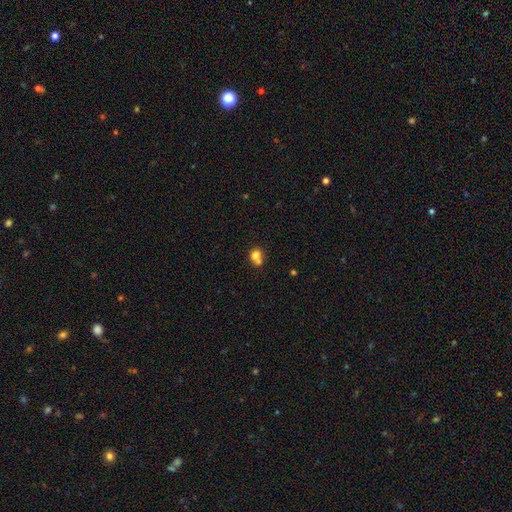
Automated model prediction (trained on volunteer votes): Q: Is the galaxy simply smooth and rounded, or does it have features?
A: smooth — 75%.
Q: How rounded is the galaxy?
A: round — 74%.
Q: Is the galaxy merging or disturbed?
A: merger — 52%.